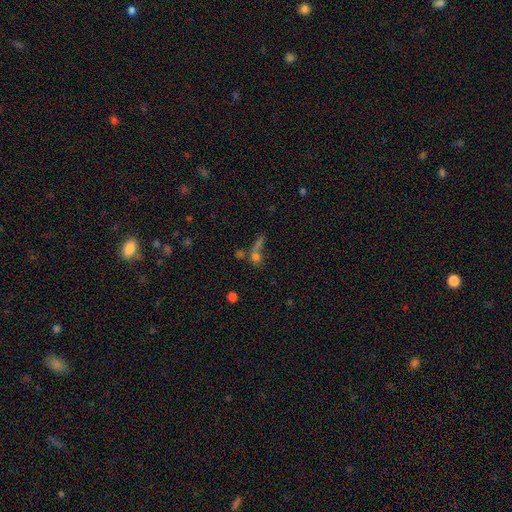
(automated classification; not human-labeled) Smooth or featured? Predicted: smooth (p=0.52). How rounded? Predicted: round (p=0.56). Merging? Predicted: none (p=0.39, tied with merger).